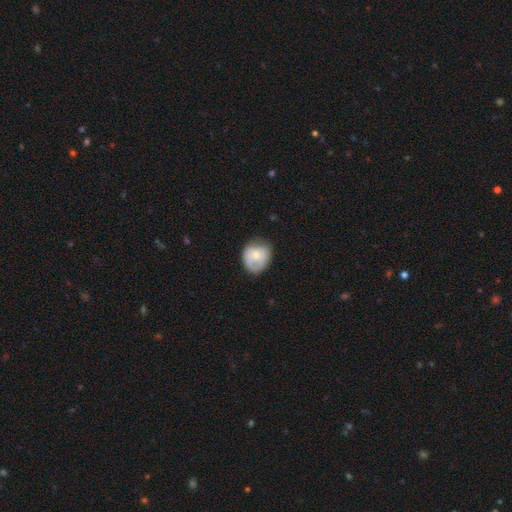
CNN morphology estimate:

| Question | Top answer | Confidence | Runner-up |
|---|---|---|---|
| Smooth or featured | smooth | 65% | featured or disk (28%) |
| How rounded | round | 63% | in between (36%) |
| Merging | none | 60% | minor disturbance (29%) |